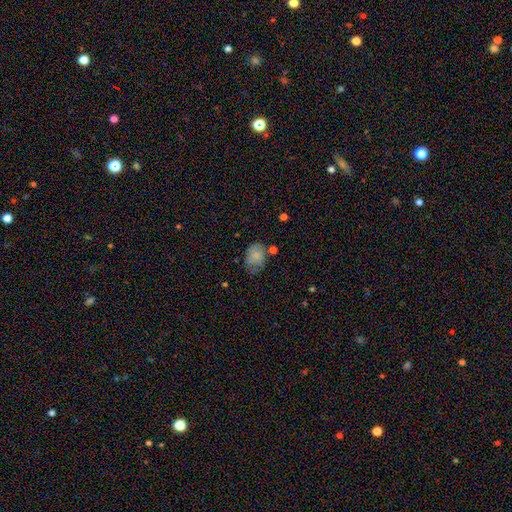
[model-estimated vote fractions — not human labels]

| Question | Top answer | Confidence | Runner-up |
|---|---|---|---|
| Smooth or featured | smooth | 78% | featured or disk (14%) |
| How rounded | in between | 75% | round (24%) |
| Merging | none | 52% | minor disturbance (30%) |